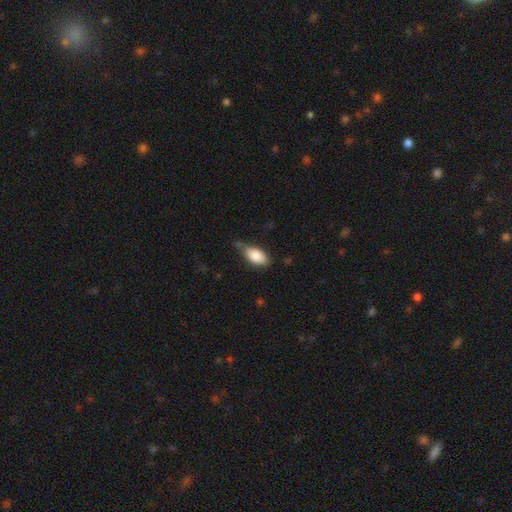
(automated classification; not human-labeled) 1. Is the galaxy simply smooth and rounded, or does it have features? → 81% smooth, 12% featured or disk, 7% star or artifact.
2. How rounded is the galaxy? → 91% in between, 5% cigar-shaped, 4% round.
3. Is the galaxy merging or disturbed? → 55% none, 33% minor disturbance, 7% major disturbance, 5% merger.